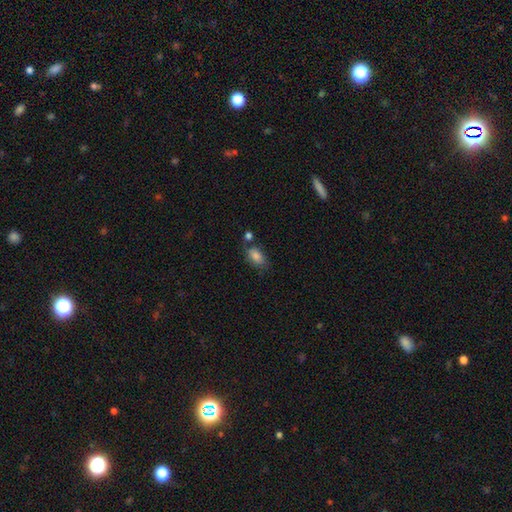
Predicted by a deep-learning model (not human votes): Smooth or featured?
  - smooth: 83% *
  - featured or disk: 9%
  - star or artifact: 8%
How rounded?
  - in between: 90% *
  - round: 6%
  - cigar-shaped: 3%
Merging?
  - none: 60% *
  - minor disturbance: 21%
  - merger: 14%
  - major disturbance: 6%